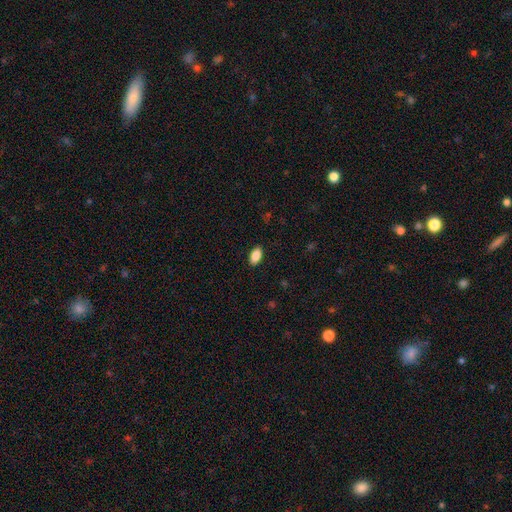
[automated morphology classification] Smooth or featured? Predicted: smooth (p=0.88). How rounded? Predicted: in between (p=0.93). Merging? Predicted: none (p=0.89).